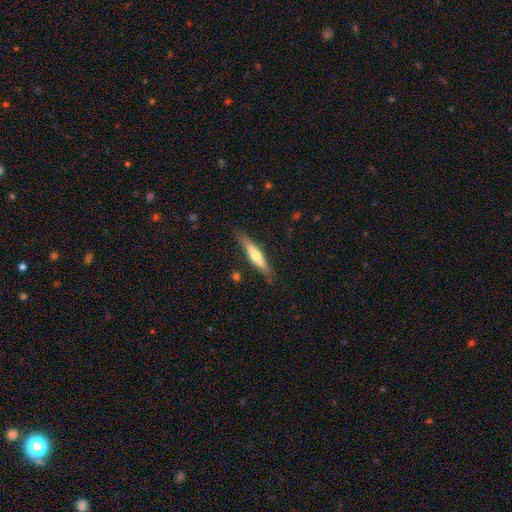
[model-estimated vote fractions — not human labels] This is possibly a featured or disk galaxy (47%, tied with smooth). Merging: clearly none (82%).